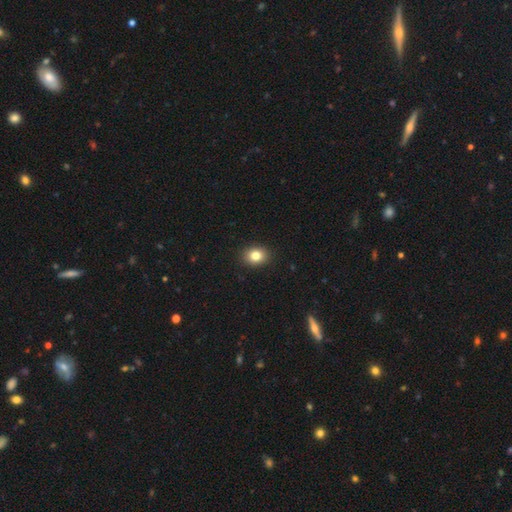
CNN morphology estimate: Smooth or featured? smooth (83%)
How rounded? in between (51%)
Merging? none (91%)